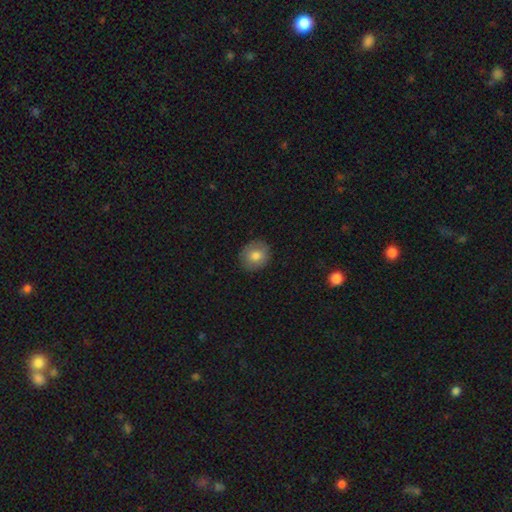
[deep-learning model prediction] A smooth galaxy with no disk features (79%) that is round (80%). Merging: none (87%).